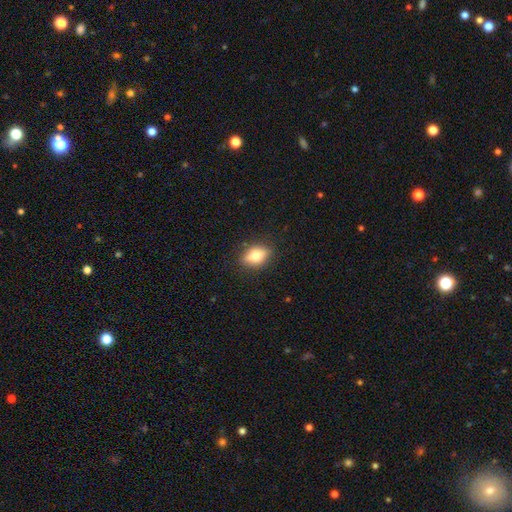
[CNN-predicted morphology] smooth 65%, featured or disk 27%, star or artifact 8%. Down the decision tree: how rounded — in between (76%); merging — none (84%).